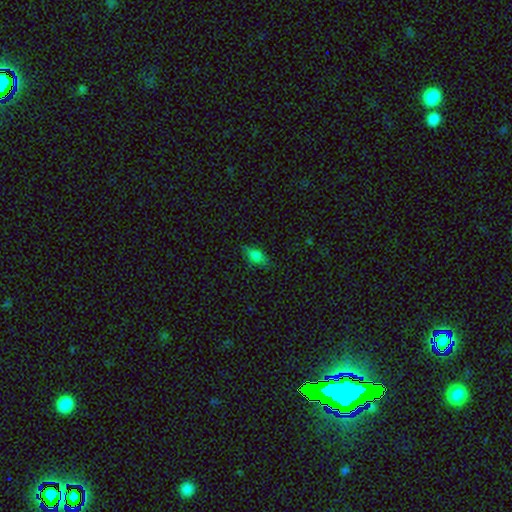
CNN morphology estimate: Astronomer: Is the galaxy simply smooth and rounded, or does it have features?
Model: smooth — 76%.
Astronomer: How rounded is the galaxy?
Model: in between — 85%.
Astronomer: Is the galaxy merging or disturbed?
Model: none — 76%.